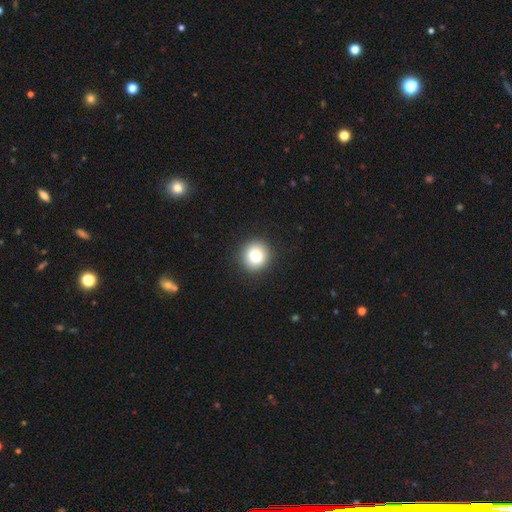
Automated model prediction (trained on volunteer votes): Overall: smooth (81%). How rounded: round (93%). Merging: none (93%).